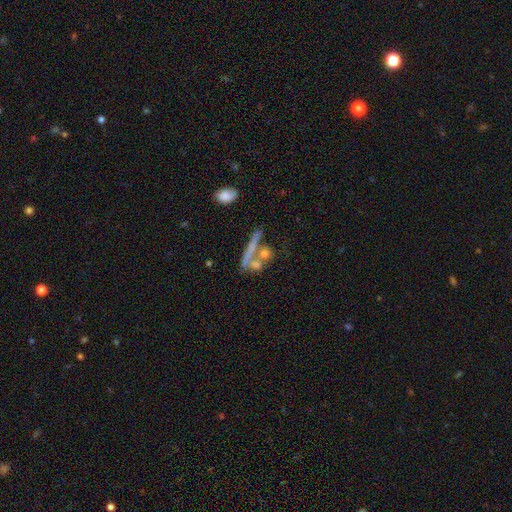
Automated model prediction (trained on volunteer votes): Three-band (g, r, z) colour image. It shows a featured or disk galaxy (44%). Merging: none (41%).